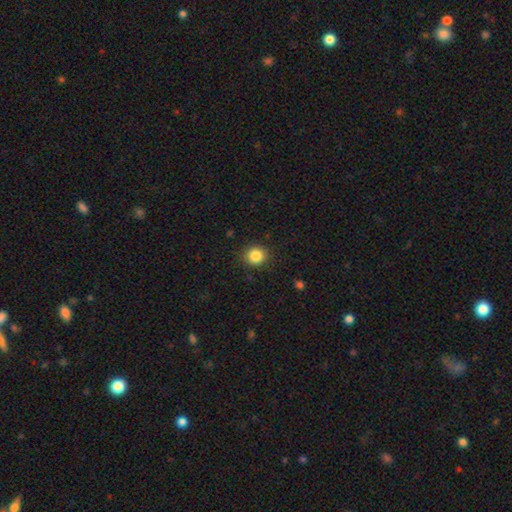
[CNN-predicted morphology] smooth 85%, star or artifact 10%, featured or disk 5%. Down the decision tree: how rounded — round (89%); merging — none (90%).